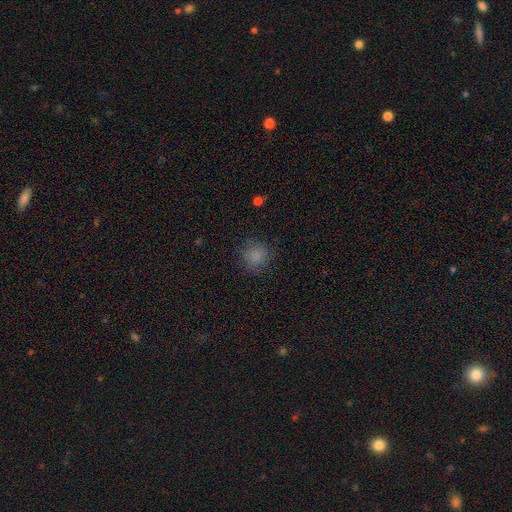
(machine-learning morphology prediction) This appears to be a smooth galaxy with no disk features (81%) that is round (88%). Merging: none (80%).